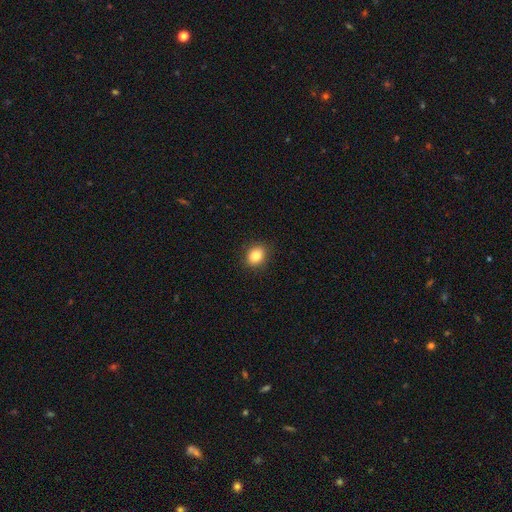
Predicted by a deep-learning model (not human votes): Smooth or featured? smooth (85%)
How rounded? in between (53%)
Merging? none (89%)